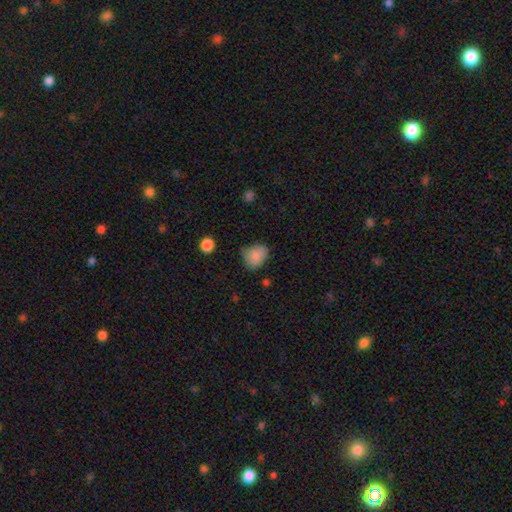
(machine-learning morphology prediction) Smooth or featured? Predicted: smooth (p=0.84). How rounded? Predicted: in between (p=0.50). Merging? Predicted: none (p=0.57).